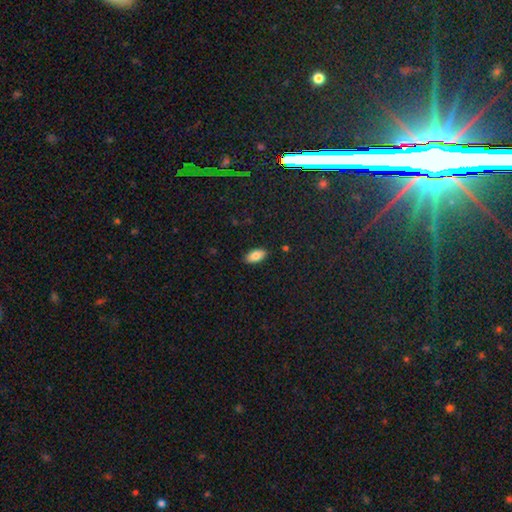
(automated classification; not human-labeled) This appears to be a smooth galaxy with no disk features (83%) that is in between round and cigar-shaped (92%). Merging: none (88%).